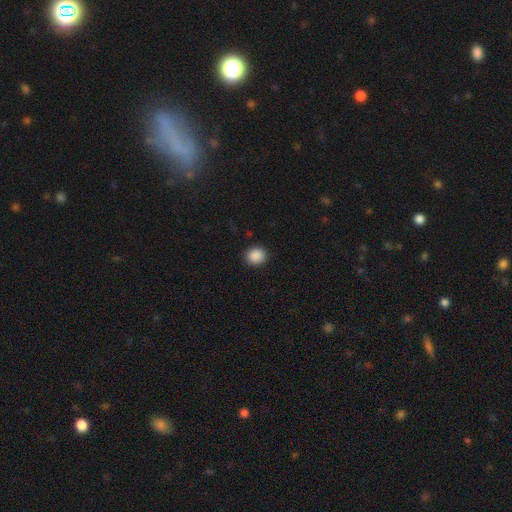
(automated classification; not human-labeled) Smooth or featured?
  - smooth: 89% *
  - star or artifact: 9%
  - featured or disk: 2%
How rounded?
  - round: 83% *
  - in between: 16%
  - cigar-shaped: 1%
Merging?
  - none: 91% *
  - minor disturbance: 6%
  - major disturbance: 2%
  - merger: 1%